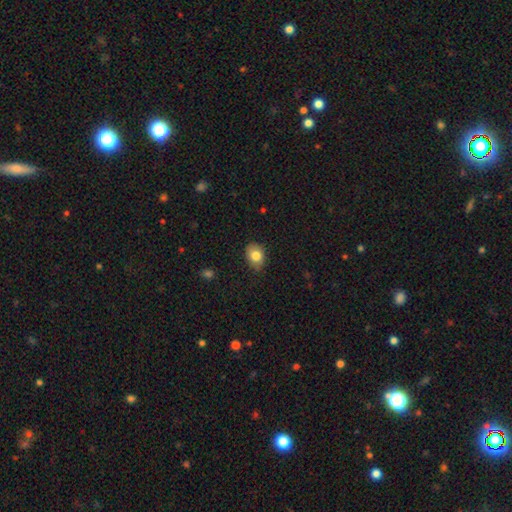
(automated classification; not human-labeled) A smooth galaxy with no disk features (81%) that is in between round and cigar-shaped (68%). Merging: none (77%).